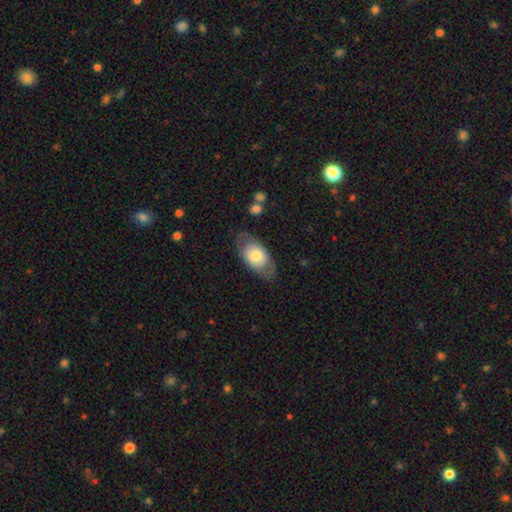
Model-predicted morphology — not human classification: type=smooth (62%); roundness=in between (88%); merging=none (74%).